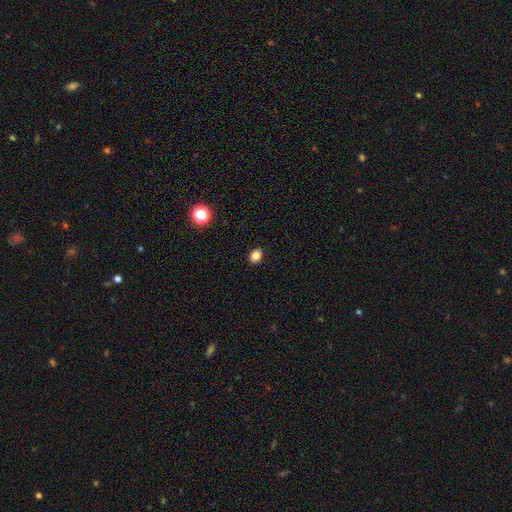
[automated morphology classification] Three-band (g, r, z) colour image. It shows a smooth galaxy with no disk features (84%) that is in between round and cigar-shaped (60%). Merging: none (90%).